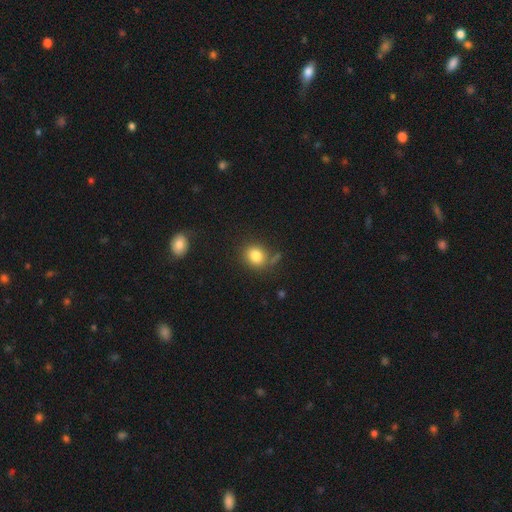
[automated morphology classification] Smooth or featured: smooth — 82% (star or artifact — 10%)
How rounded: round — 68% (in between — 31%)
Merging: none — 70% (minor disturbance — 16%)